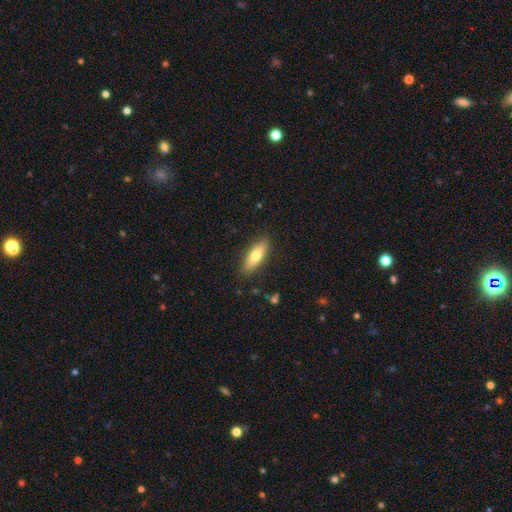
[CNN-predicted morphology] Q: Smooth or featured?
A: smooth (68%); runner-up: featured or disk (26%)
Q: How rounded?
A: in between (53%); runner-up: cigar-shaped (45%)
Q: Merging?
A: none (87%); runner-up: minor disturbance (10%)